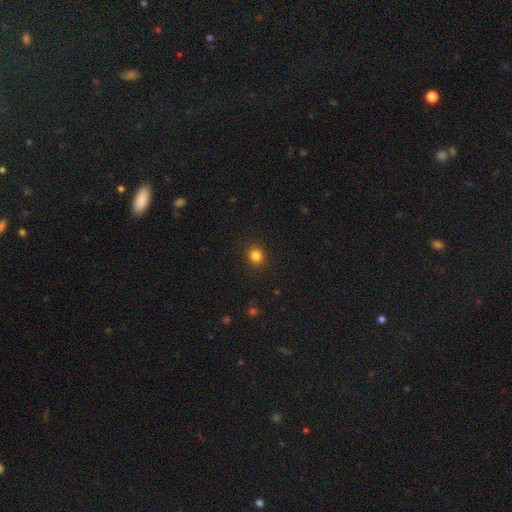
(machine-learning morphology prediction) type=smooth (83%); roundness=round (81%); merging=none (91%).